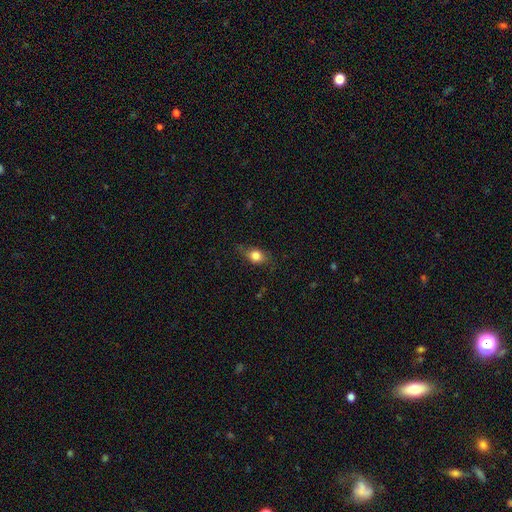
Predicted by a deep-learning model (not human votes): Morphology: type=smooth (78%); roundness=in between (58%); merging=none (70%).